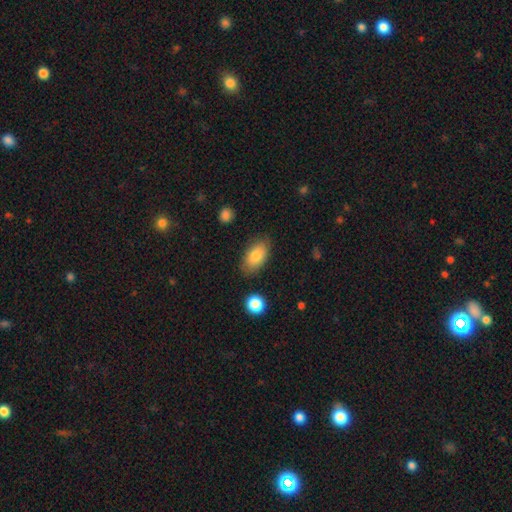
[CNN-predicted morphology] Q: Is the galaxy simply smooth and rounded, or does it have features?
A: smooth — 82%.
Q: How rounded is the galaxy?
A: in between — 93%.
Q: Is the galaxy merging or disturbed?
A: none — 82%.